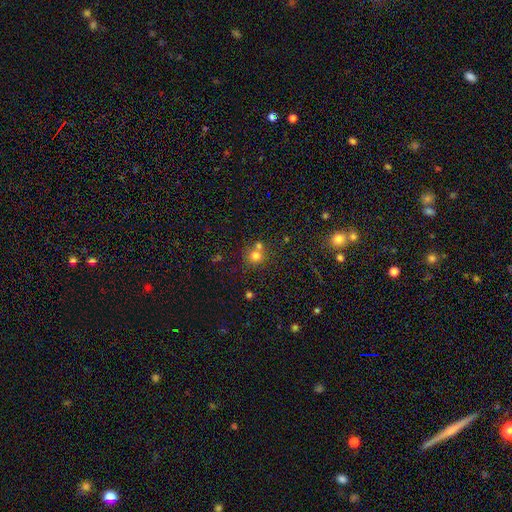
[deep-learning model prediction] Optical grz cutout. It shows a smooth galaxy with no disk features (74%) that is round (89%). Merging: none (59%).